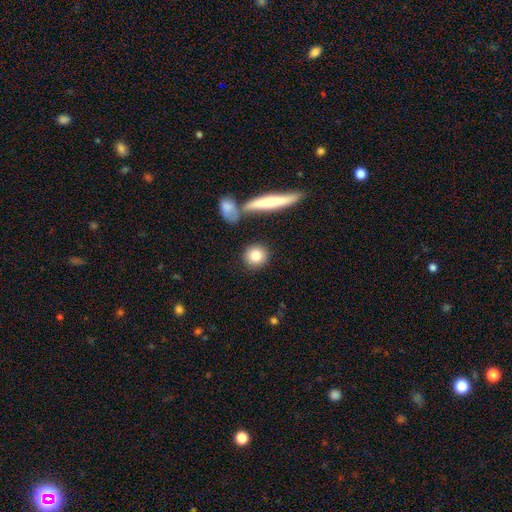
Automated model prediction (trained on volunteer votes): Overall: smooth (81%). How rounded: round (86%). Merging: none (84%).